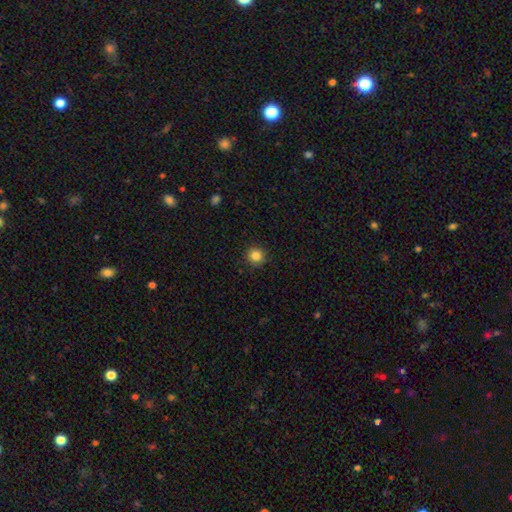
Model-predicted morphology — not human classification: smooth-or-featured: smooth: 85% | star or artifact: 11% | featured or disk: 4%
  how-rounded: round: 94% | in between: 5% | cigar-shaped: 1%
  merging: none: 91% | minor disturbance: 6% | major disturbance: 2% | merger: 1%